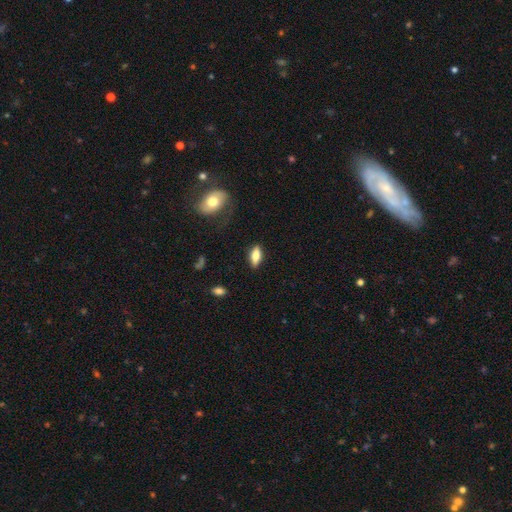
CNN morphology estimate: Smooth or featured: smooth — 71% (featured or disk — 22%)
How rounded: in between — 71% (cigar-shaped — 26%)
Merging: none — 84% (minor disturbance — 11%)